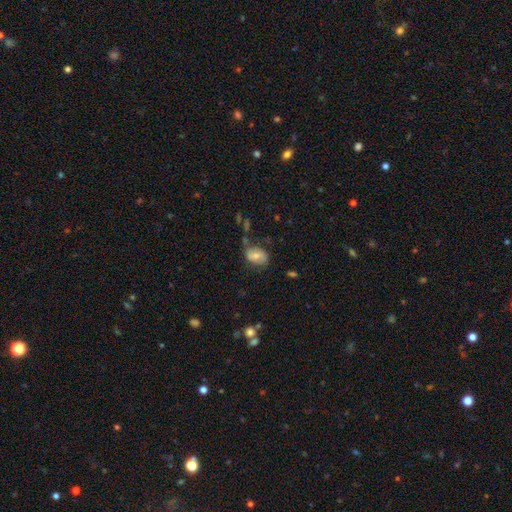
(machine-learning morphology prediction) This is possibly a smooth galaxy (60%). How rounded: likely in between (78%). Merging: likely none (60%).